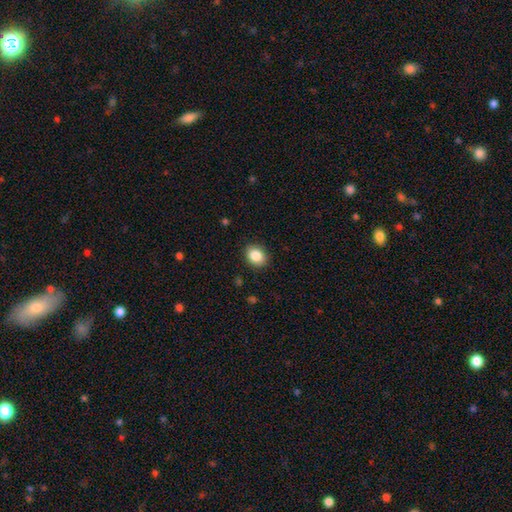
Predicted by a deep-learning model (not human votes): smooth_or_featured: smooth (p=0.86) [alt: star or artifact p=0.09]
how_rounded: in between (p=0.55) [alt: round p=0.44]
merging: none (p=0.88) [alt: minor disturbance p=0.08]